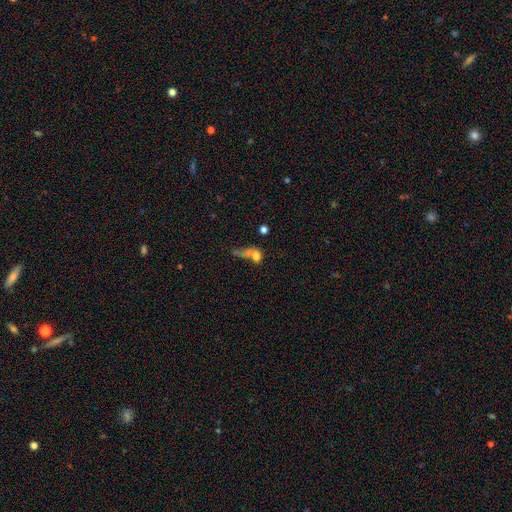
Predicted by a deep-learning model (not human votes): smooth 60%, featured or disk 23%, star or artifact 17%. Down the decision tree: how rounded — in between (49%); merging — merger (43%).